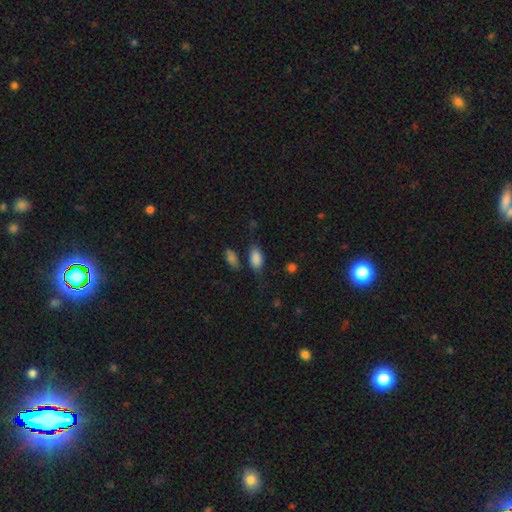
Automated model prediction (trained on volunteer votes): Smooth or featured? Predicted: smooth (p=0.86). How rounded? Predicted: in between (p=0.90). Merging? Predicted: none (p=0.66).